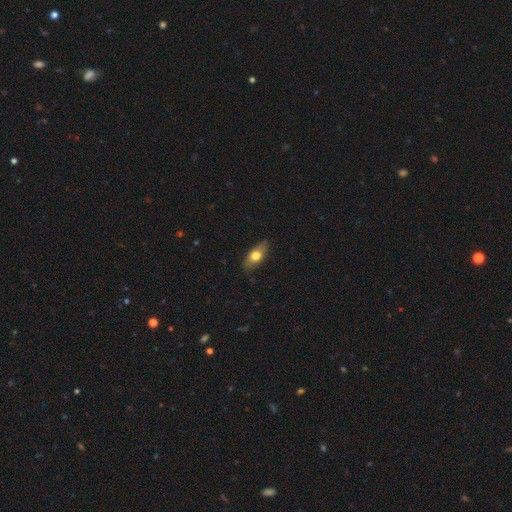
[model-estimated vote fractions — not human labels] Overall: smooth (67%). How rounded: in between (83%). Merging: none (78%).